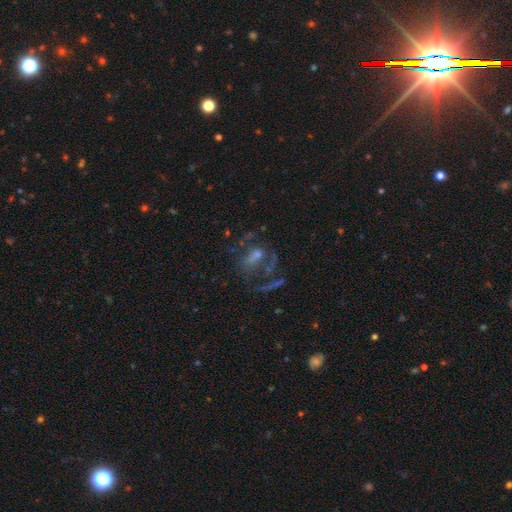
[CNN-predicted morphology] The model was most divided on "bulge size" (2-way tie): moderate: 38%, small: 38%, none: 15%, large: 7%, dominant: 2%. Remaining: edge-on disk — no (95%); smooth or featured — featured or disk (59%); spiral arms — yes (56%); bar — no (49%); merging — none (42%).